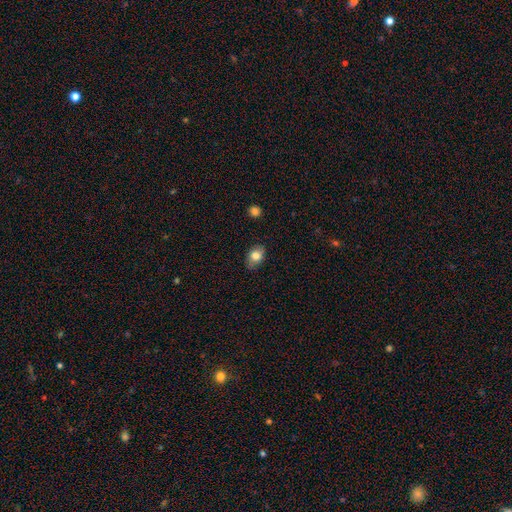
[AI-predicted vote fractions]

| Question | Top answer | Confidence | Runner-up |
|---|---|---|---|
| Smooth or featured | smooth | 80% | featured or disk (11%) |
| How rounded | in between | 75% | round (24%) |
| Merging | none | 80% | minor disturbance (16%) |